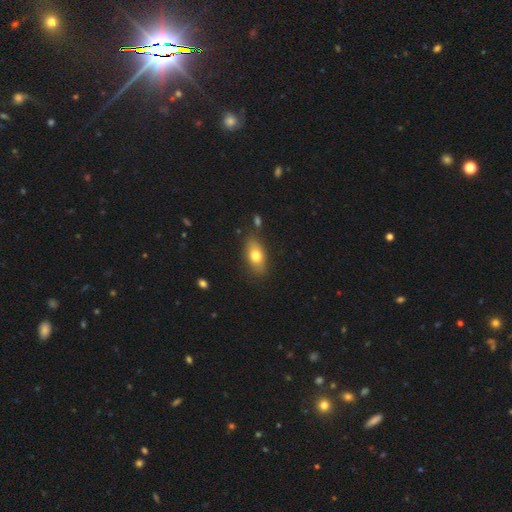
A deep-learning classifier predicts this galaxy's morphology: The model was most divided on "smooth or featured": smooth: 73%, featured or disk: 19%, star or artifact: 8%. More confident: how rounded — in between (84%); merging — none (80%).